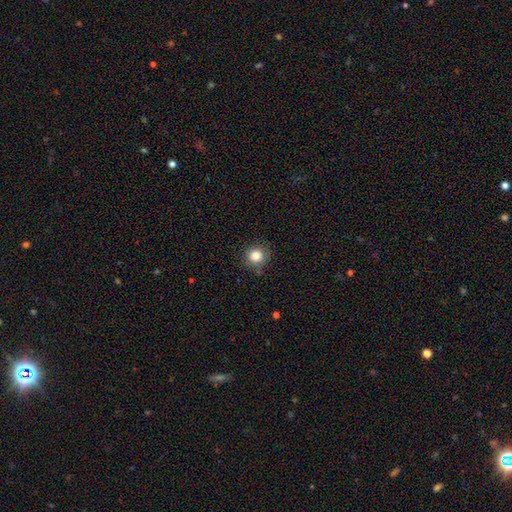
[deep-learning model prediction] Smooth or featured: smooth — 85% (star or artifact — 10%)
How rounded: round — 88% (in between — 11%)
Merging: none — 82% (minor disturbance — 13%)